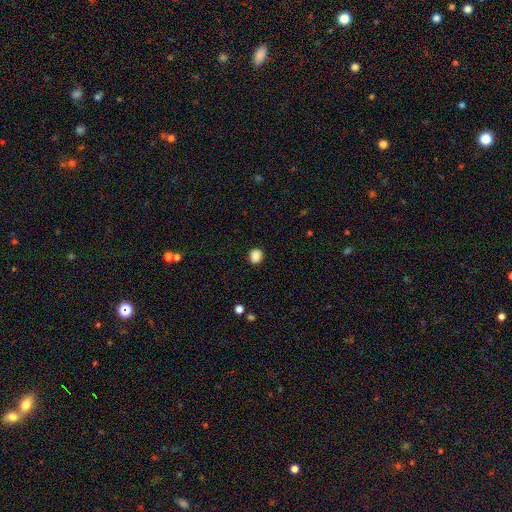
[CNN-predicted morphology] This is clearly a smooth galaxy (87%). How rounded: likely round (78%). Merging: clearly none (86%).